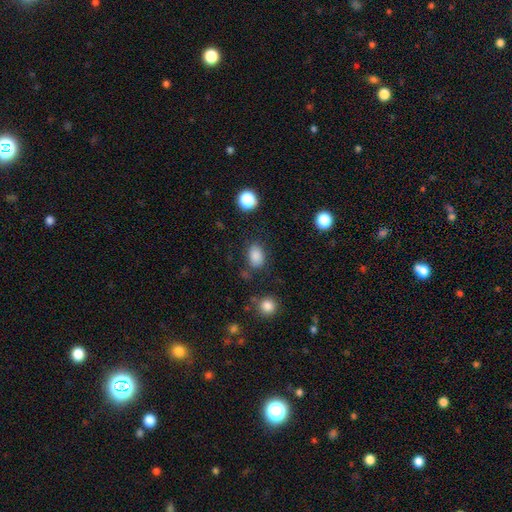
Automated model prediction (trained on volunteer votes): A smooth galaxy with no disk features (85%) that is in between round and cigar-shaped (79%). Merging: none (76%).